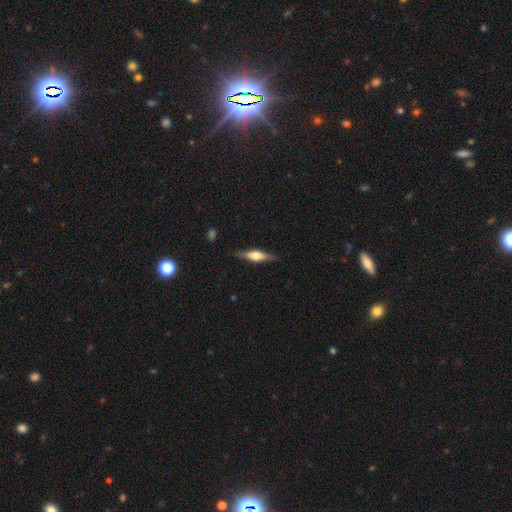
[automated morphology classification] Smooth or featured? Predicted: featured or disk (p=0.49). Merging? Predicted: none (p=0.85).